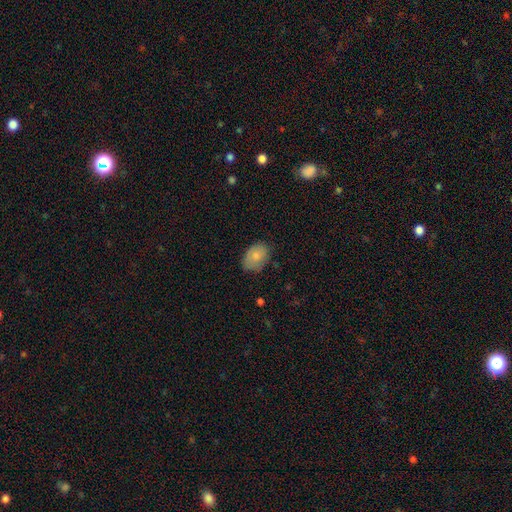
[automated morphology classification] Smooth or featured? Predicted: smooth (p=0.80). How rounded? Predicted: in between (p=0.81). Merging? Predicted: none (p=0.70).